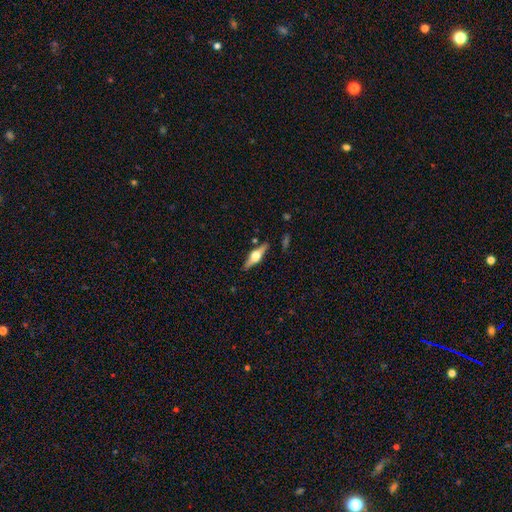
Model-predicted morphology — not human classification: The model was most divided on "smooth or featured": featured or disk: 70%, smooth: 24%, star or artifact: 6%. More confident: edge-on disk — yes (96%); edge-on bulge — rounded (95%); merging — none (86%).